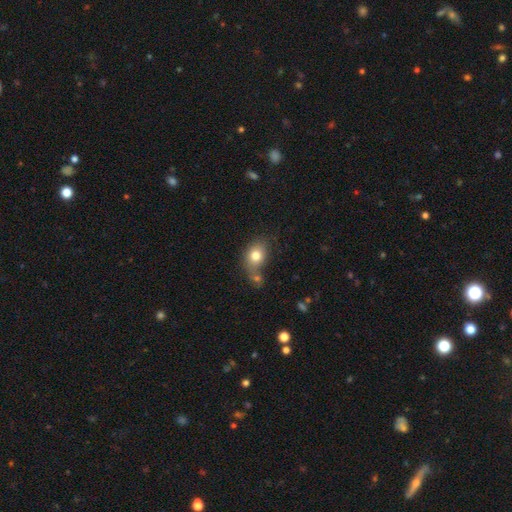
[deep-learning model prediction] A smooth galaxy with no disk features (78%) that is in between round and cigar-shaped (59%).

Vote fractions:
- Smooth or featured? smooth: 78% / featured or disk: 12% / star or artifact: 10%
- How rounded? in between: 59% / round: 40% / cigar-shaped: 1%
- Merging? none: 46% / merger: 30% / minor disturbance: 16% / major disturbance: 7%